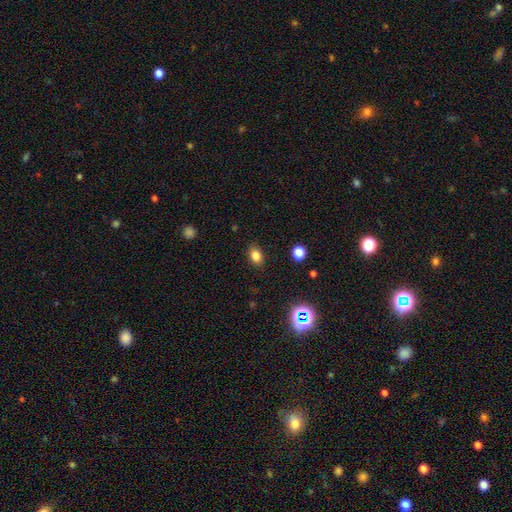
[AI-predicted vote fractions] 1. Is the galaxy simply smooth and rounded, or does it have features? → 81% smooth, 13% star or artifact, 6% featured or disk.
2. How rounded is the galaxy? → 72% in between, 27% round, 1% cigar-shaped.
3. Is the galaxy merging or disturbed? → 86% none, 10% minor disturbance, 3% major disturbance, 1% merger.